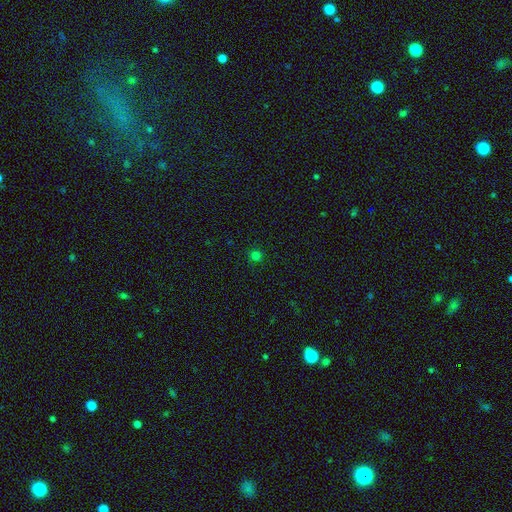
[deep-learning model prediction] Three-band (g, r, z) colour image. It shows a smooth galaxy with no disk features (75%) that is round (92%). Merging: none (90%).